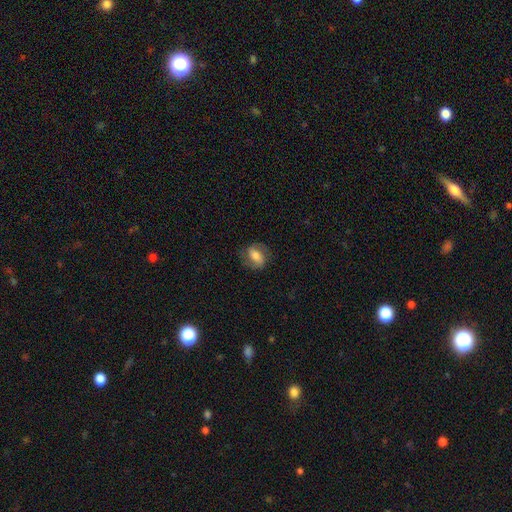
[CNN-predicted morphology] Smooth or featured: featured or disk — 47% (smooth — 45%)
Merging: none — 74% (minor disturbance — 17%)